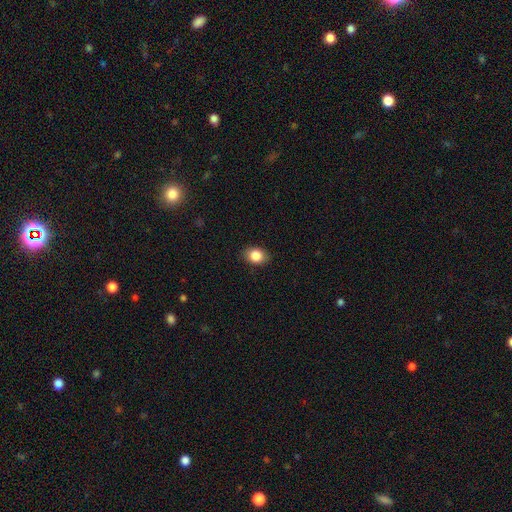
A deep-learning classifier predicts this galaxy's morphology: Smooth or featured? smooth (85%)
How rounded? in between (66%)
Merging? none (86%)